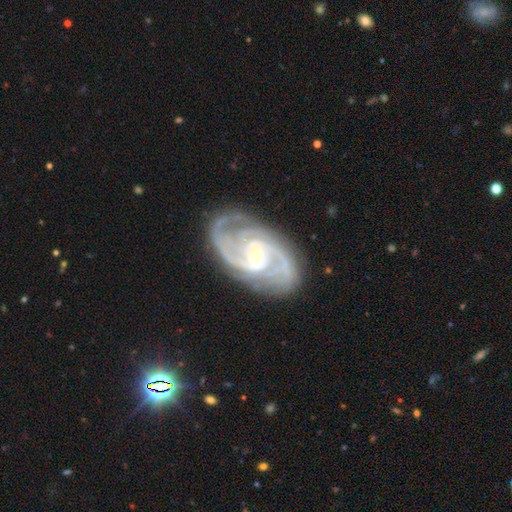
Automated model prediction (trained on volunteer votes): This is clearly a featured or disk galaxy (92%). It is clearly not viewed edge-on (97%). Bar: possibly no (54%). Spiral arm pattern: clearly yes (99%). Spiral arm count: possibly 2 (46%). Spiral winding: possibly tight (55%). Central bulge: likely small (69%). Merging: likely none (78%).